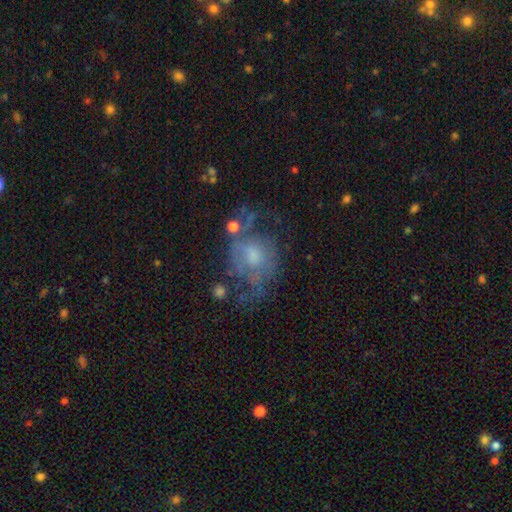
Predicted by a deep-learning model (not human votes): Smooth or featured? featured or disk (61%)
Edge-on disk? no (96%)
Bar? no (72%)
Spiral arms? yes (71%)
Bulge size? moderate (50%)
Merging? none (52%)